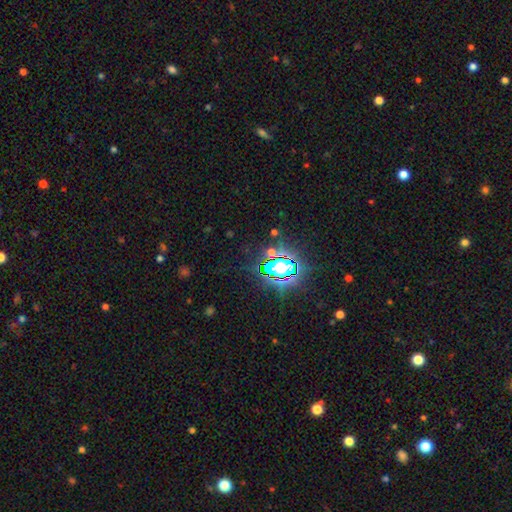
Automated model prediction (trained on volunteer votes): Smooth or featured? Predicted: star or artifact (p=0.82).